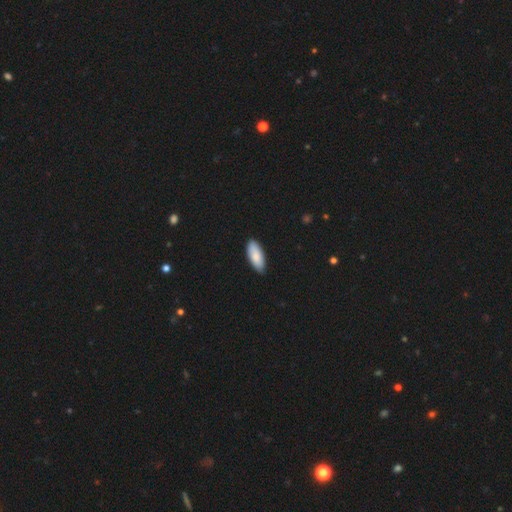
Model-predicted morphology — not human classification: Smooth or featured? Predicted: smooth (p=0.86). How rounded? Predicted: in between (p=0.83). Merging? Predicted: none (p=0.85).